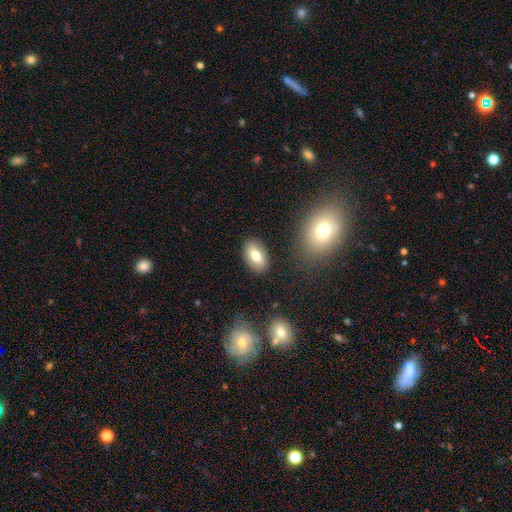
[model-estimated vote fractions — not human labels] This is likely a smooth galaxy (74%). How rounded: clearly in between (89%). Merging: clearly none (86%).